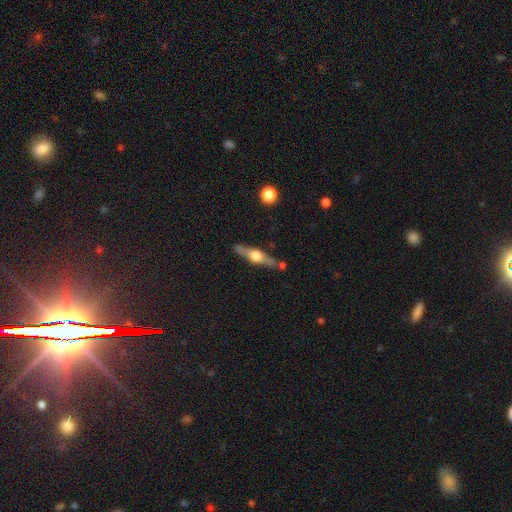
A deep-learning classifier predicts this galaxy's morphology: This appears to be a featured or disk galaxy (72%) viewed edge-on (95%) with a rounded central bulge (93%). Merging: none (78%).